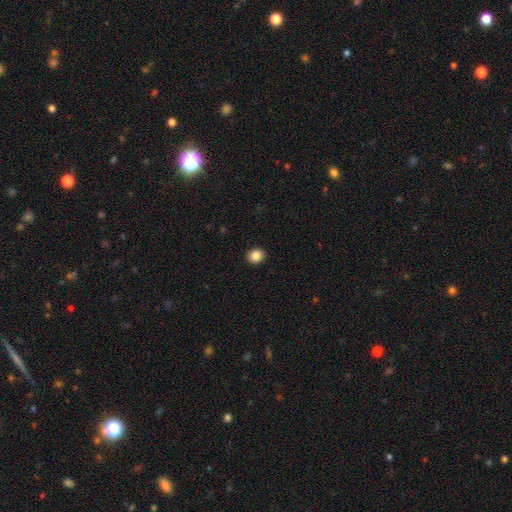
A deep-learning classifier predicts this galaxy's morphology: The model was most divided on "how rounded": round: 69%, in between: 30%, cigar-shaped: 1%. More confident: merging — none (92%); smooth or featured — smooth (86%).